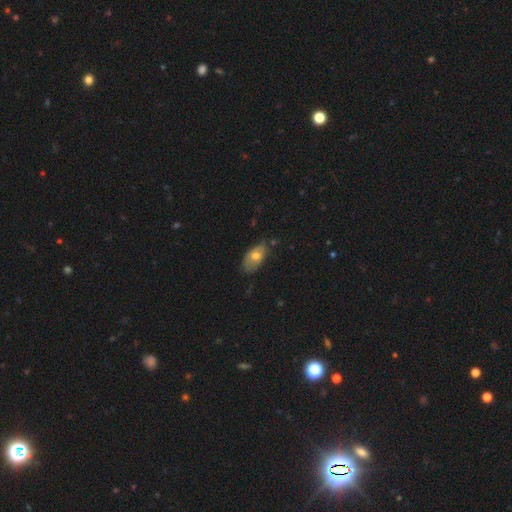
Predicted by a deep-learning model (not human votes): Overall: smooth (65%; featured or disk 27%). How rounded: in between (91%). Merging: none (51%; minor disturbance 36%).